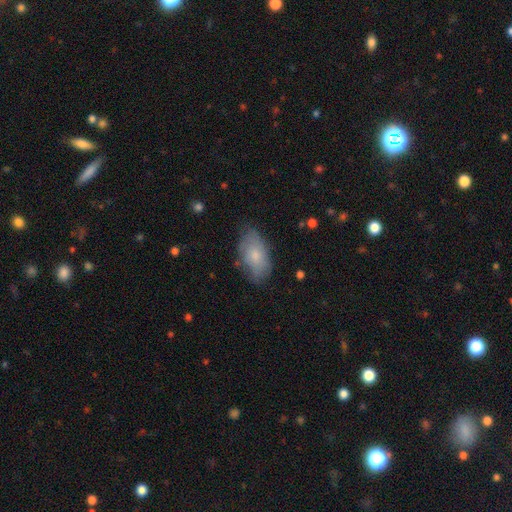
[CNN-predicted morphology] Q: Smooth or featured?
A: smooth (72%); runner-up: featured or disk (22%)
Q: How rounded?
A: in between (94%); runner-up: round (4%)
Q: Merging?
A: none (69%); runner-up: minor disturbance (25%)